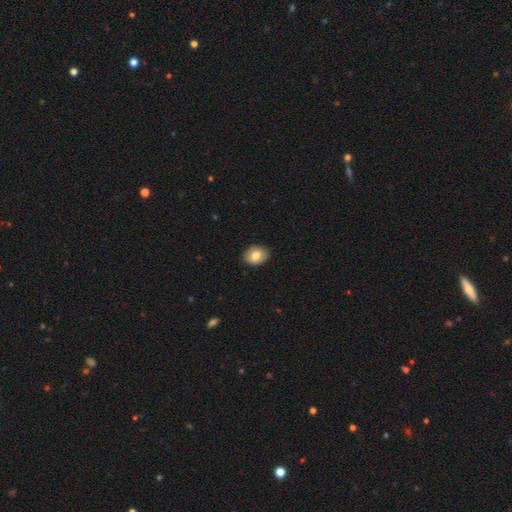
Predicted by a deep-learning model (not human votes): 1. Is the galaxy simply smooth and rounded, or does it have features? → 79% smooth, 13% featured or disk, 8% star or artifact.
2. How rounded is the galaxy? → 59% in between, 40% round, 1% cigar-shaped.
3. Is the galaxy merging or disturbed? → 89% none, 8% minor disturbance, 2% major disturbance, 1% merger.